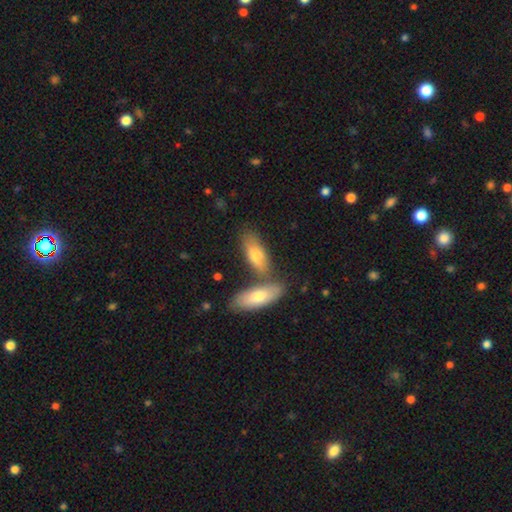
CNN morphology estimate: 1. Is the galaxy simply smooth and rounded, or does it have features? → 70% smooth, 25% featured or disk, 6% star or artifact.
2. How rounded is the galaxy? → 70% in between, 28% cigar-shaped, 3% round.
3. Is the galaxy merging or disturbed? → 48% none, 37% merger, 12% minor disturbance, 3% major disturbance.